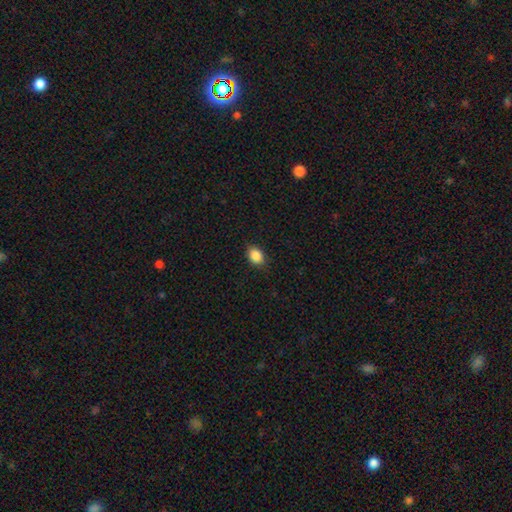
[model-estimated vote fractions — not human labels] This is clearly a smooth galaxy (87%). How rounded: likely in between (66%). Merging: clearly none (84%).